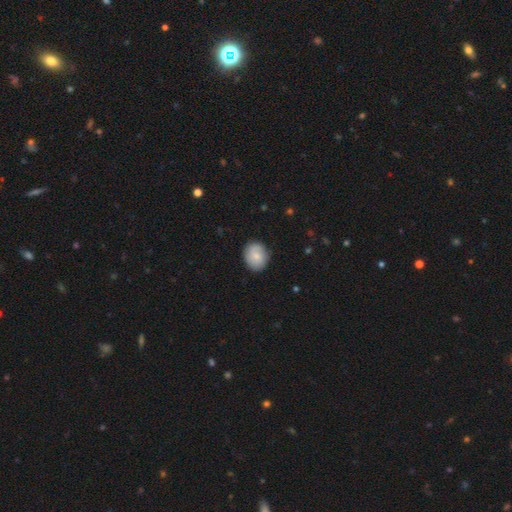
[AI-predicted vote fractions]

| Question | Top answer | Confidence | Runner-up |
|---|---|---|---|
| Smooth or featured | smooth | 66% | featured or disk (27%) |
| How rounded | round | 63% | in between (36%) |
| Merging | none | 80% | minor disturbance (15%) |